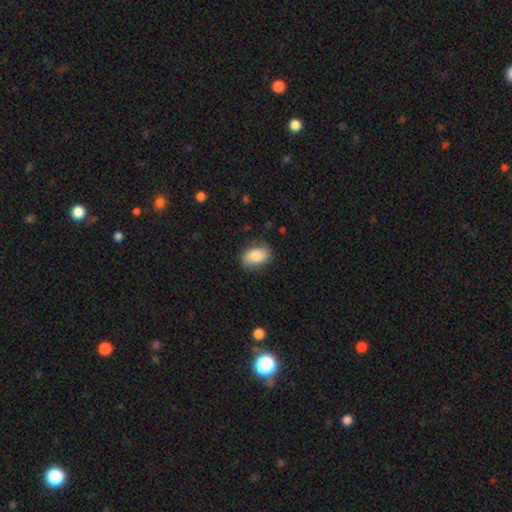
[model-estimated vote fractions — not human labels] Smooth or featured? Predicted: smooth (p=0.81). How rounded? Predicted: in between (p=0.84). Merging? Predicted: none (p=0.76).